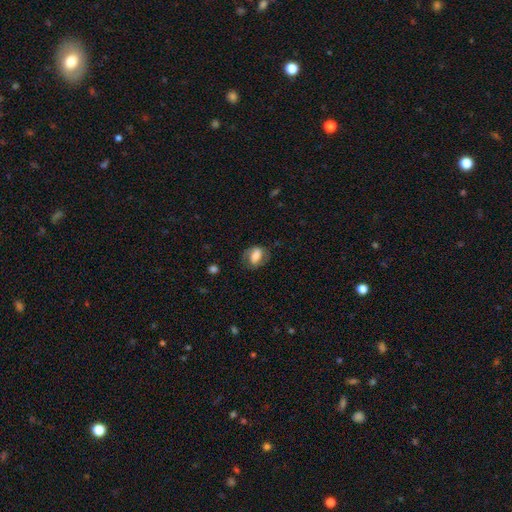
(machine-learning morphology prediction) This is possibly a smooth galaxy (49%). Merging: likely none (66%).